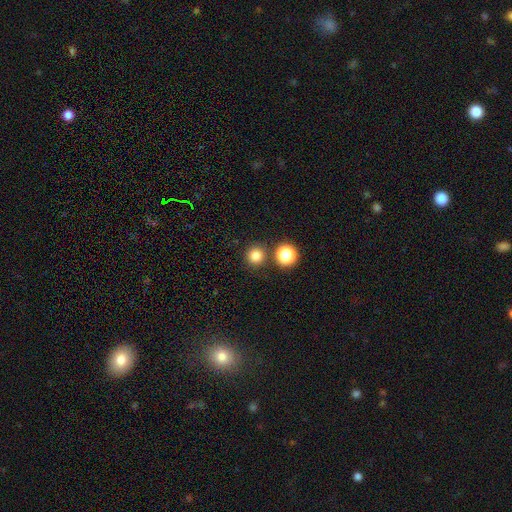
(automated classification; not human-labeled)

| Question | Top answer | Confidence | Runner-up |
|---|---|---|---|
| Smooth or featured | smooth | 80% | star or artifact (15%) |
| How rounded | round | 93% | in between (6%) |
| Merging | none | 82% | merger (9%) |